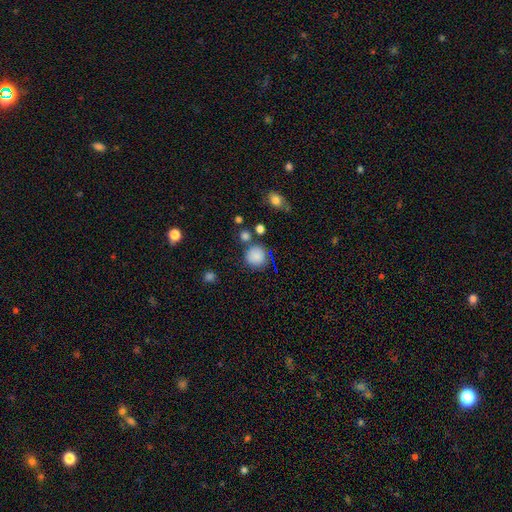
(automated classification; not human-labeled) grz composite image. It shows a smooth galaxy with no disk features (84%) that is round (90%). Merging: none (73%).